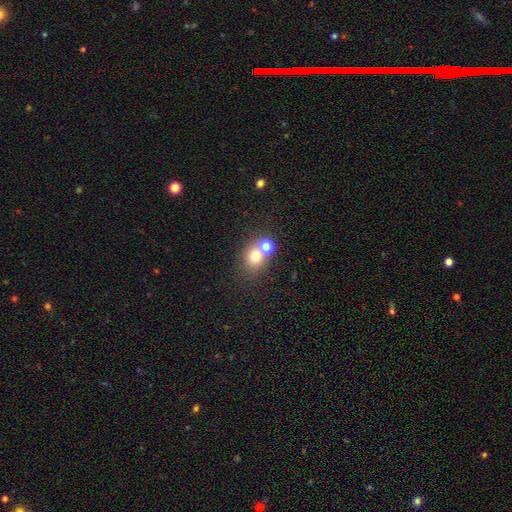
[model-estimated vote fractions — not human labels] The model was most divided on "merging": none: 46%, merger: 44%, minor disturbance: 7%, major disturbance: 4%. More confident: how rounded — round (72%); smooth or featured — smooth (71%).